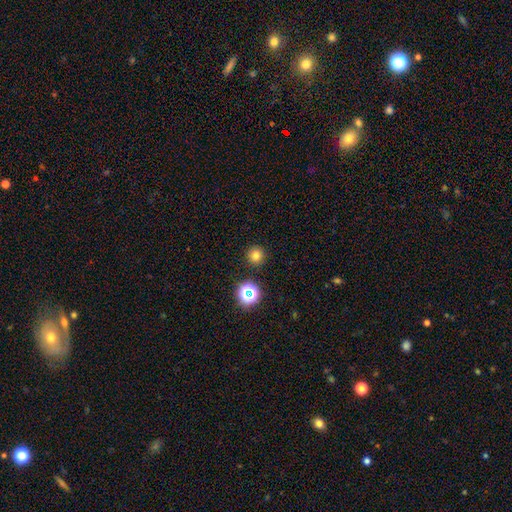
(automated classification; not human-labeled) Smooth or featured? Predicted: smooth (p=0.75). How rounded? Predicted: round (p=0.95). Merging? Predicted: none (p=0.91).